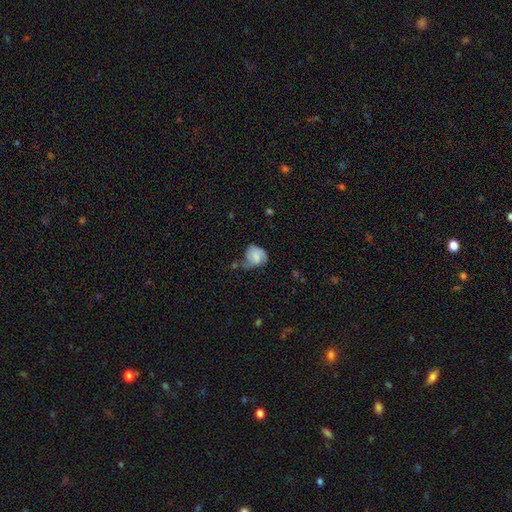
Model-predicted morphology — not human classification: Smooth or featured? Predicted: smooth (p=0.49). Merging? Predicted: minor disturbance (p=0.34, tied with none).